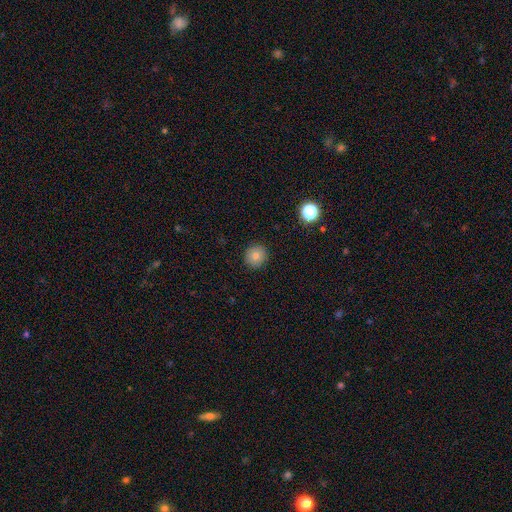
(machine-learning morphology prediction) Overall: smooth (81%). How rounded: round (93%). Merging: none (92%).